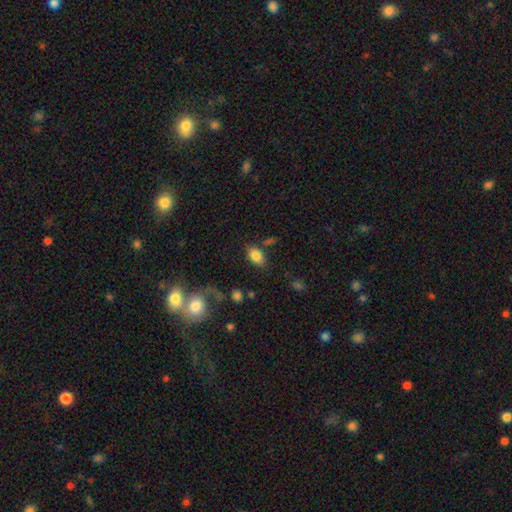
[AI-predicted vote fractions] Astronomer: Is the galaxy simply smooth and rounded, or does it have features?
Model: smooth — 83%.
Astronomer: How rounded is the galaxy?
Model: in between — 90%.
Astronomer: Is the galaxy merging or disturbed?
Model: none — 75%.